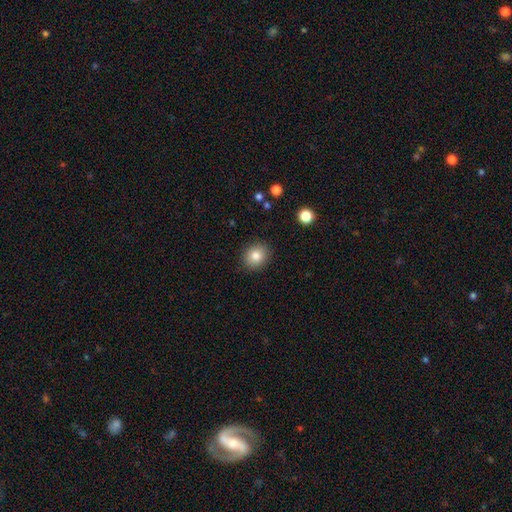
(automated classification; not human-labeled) smooth-or-featured: smooth: 83% | star or artifact: 10% | featured or disk: 7%
  how-rounded: round: 75% | in between: 24% | cigar-shaped: 1%
  merging: none: 89% | minor disturbance: 7% | major disturbance: 2% | merger: 1%